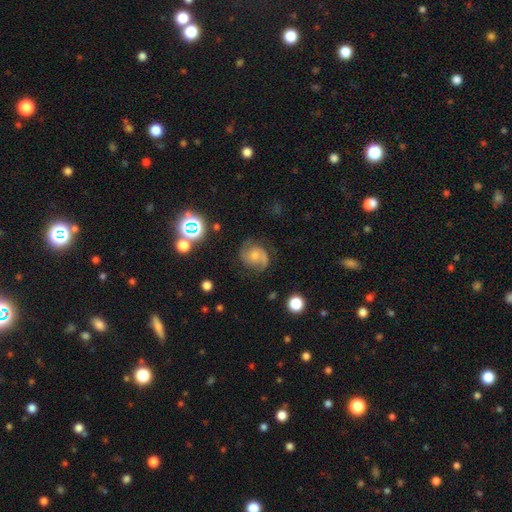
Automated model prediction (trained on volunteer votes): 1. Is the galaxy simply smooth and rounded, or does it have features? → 71% featured or disk, 18% smooth, 10% star or artifact.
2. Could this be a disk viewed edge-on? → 98% no, 2% yes.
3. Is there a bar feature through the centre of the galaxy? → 69% no, 26% weak, 5% strong.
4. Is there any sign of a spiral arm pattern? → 94% yes, 6% no.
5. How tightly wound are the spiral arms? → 50% medium, 28% tight, 22% loose.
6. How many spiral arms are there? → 84% 2, 7% can't tell, 4% 1, 2% 3, 1% 4, 1% more than 4.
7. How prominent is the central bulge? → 45% small, 44% moderate, 6% none, 4% large, 1% dominant.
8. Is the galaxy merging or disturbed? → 68% none, 19% minor disturbance, 10% major disturbance, 2% merger.